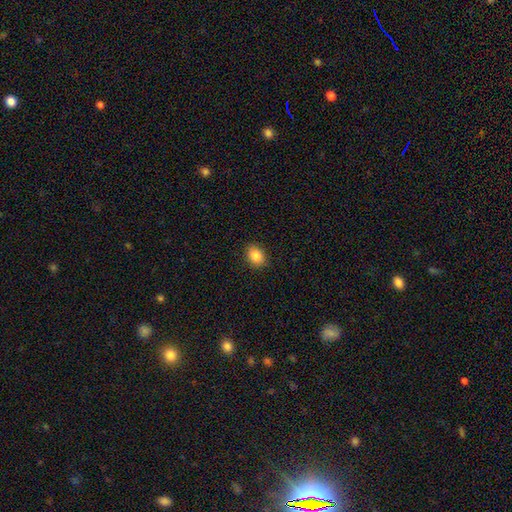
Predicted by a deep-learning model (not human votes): Smooth or featured? Predicted: smooth (p=0.87). How rounded? Predicted: in between (p=0.59). Merging? Predicted: none (p=0.89).